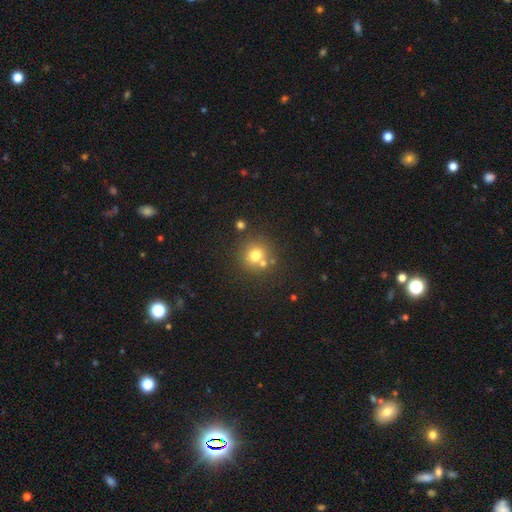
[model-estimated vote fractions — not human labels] This appears to be a smooth galaxy with no disk features (72%) that is round (90%). Merging: none (67%).